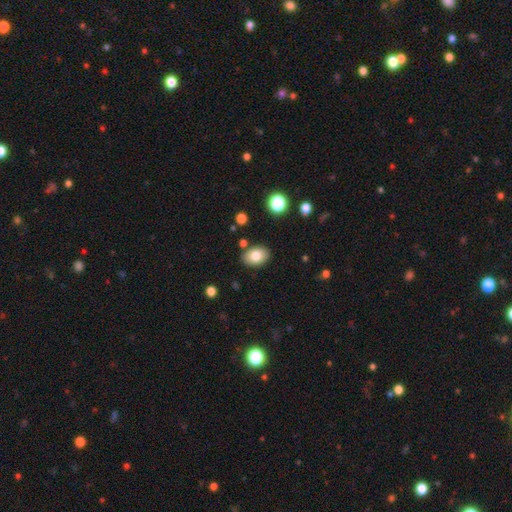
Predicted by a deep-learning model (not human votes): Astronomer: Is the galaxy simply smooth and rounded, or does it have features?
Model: smooth — 80%.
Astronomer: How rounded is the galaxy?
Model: in between — 83%.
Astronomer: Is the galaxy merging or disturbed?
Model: none — 84%.